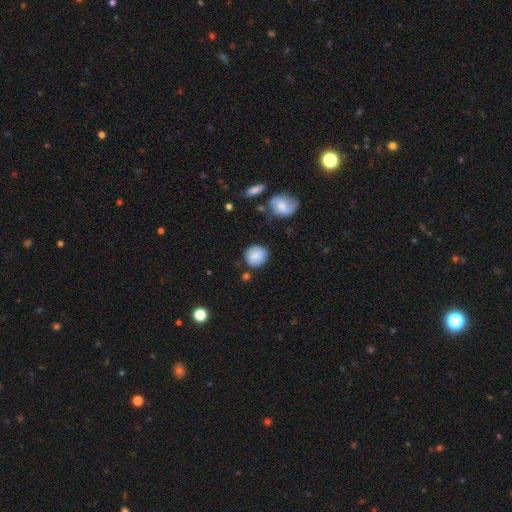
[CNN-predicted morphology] A smooth galaxy with no disk features (82%) that is round (87%).

Vote fractions:
- Smooth or featured? smooth: 82% / featured or disk: 11% / star or artifact: 8%
- How rounded? round: 87% / in between: 12% / cigar-shaped: 1%
- Merging? none: 78% / minor disturbance: 14% / merger: 4% / major disturbance: 4%